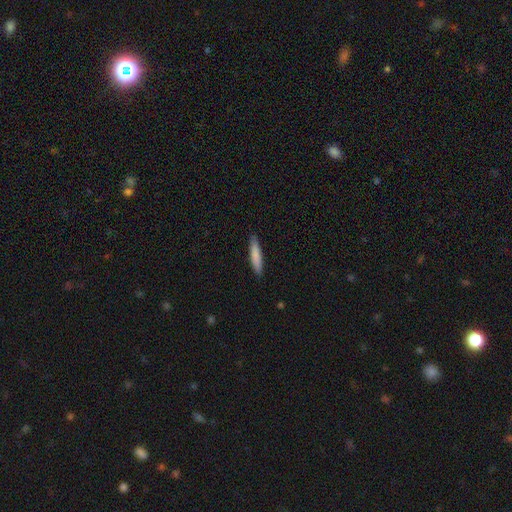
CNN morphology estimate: Smooth or featured? Predicted: smooth (p=0.83). How rounded? Predicted: cigar-shaped (p=0.86). Merging? Predicted: none (p=0.89).